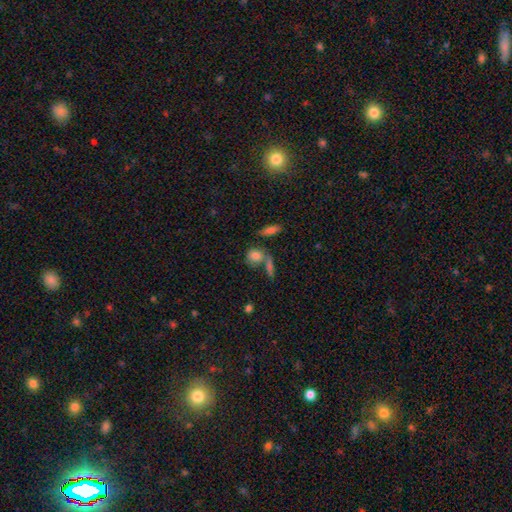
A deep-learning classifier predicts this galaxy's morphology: Q: Smooth or featured?
A: smooth (79%); runner-up: featured or disk (11%)
Q: How rounded?
A: round (54%); runner-up: in between (40%)
Q: Merging?
A: none (50%); runner-up: merger (30%)